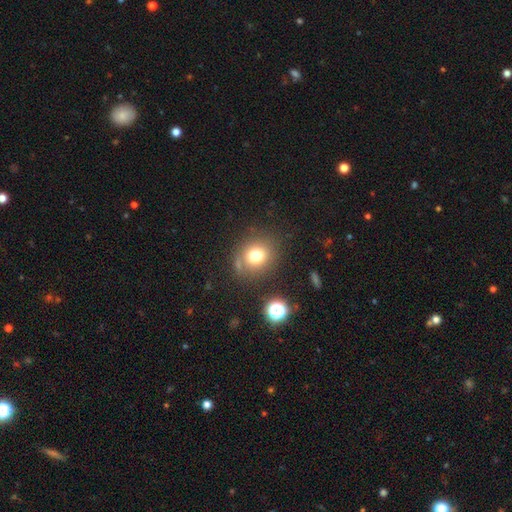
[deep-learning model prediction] Smooth or featured: smooth — 74% (star or artifact — 15%)
How rounded: round — 79% (in between — 20%)
Merging: none — 77% (minor disturbance — 12%)